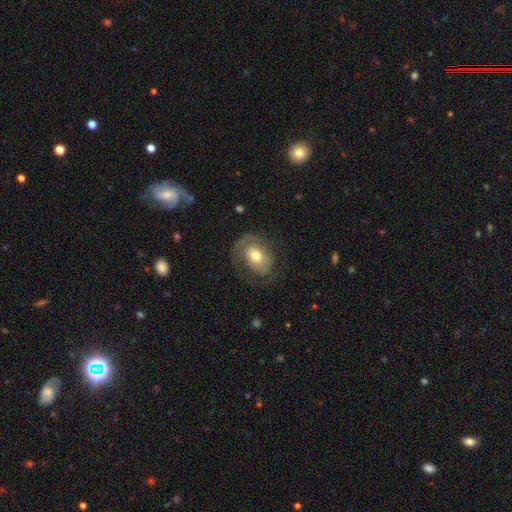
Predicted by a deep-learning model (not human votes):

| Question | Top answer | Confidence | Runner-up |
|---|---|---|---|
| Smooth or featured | featured or disk | 49% | smooth (44%) |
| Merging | none | 57% | minor disturbance (22%) |